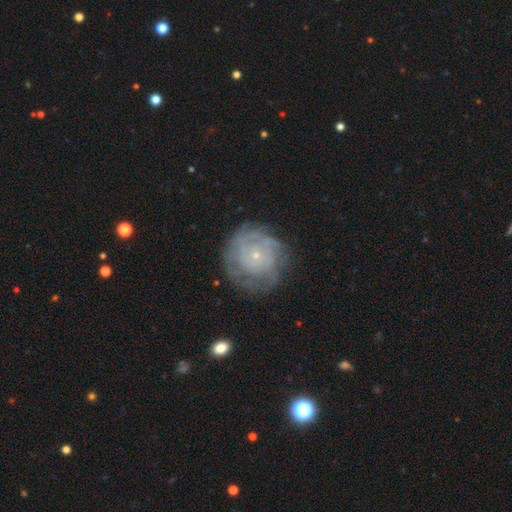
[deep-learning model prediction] The model was most divided on "smooth or featured": featured or disk: 66%, smooth: 25%, star or artifact: 8%. More confident: edge-on disk — no (97%); bar — no (87%); bulge size — small (85%); spiral arms — yes (74%); merging — none (69%).